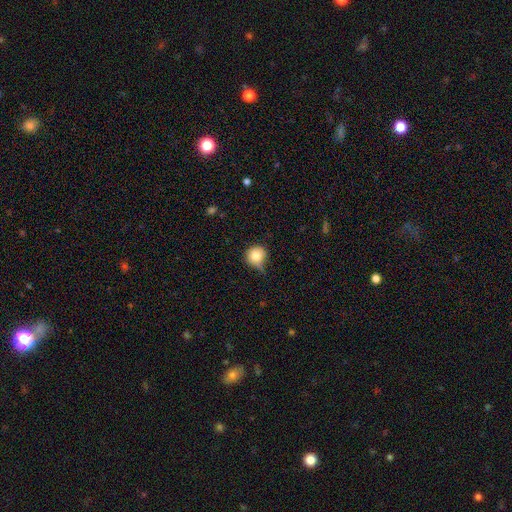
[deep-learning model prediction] The model was most divided on "merging": none: 47%, minor disturbance: 36%, major disturbance: 13%, merger: 4%. More confident: how rounded — round (89%); smooth or featured — smooth (79%).